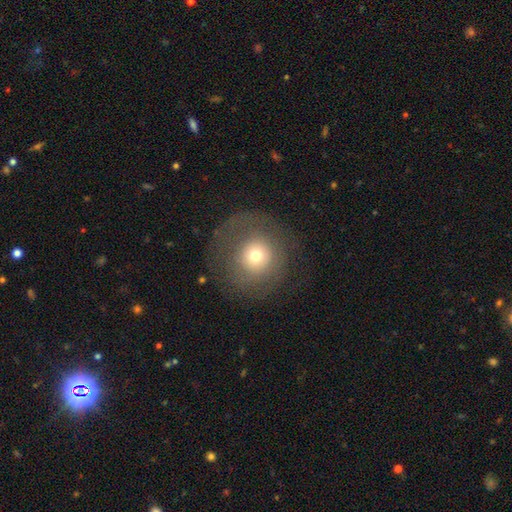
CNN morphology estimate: smooth 58%, featured or disk 29%, star or artifact 13%. Down the decision tree: how rounded — round (90%); merging — none (66%).